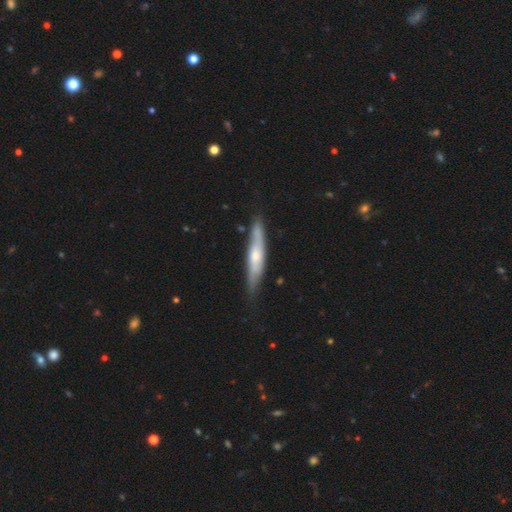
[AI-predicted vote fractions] Smooth or featured? Predicted: featured or disk (p=0.54). Edge-on disk? Predicted: yes (p=0.79). Merging? Predicted: none (p=0.76).